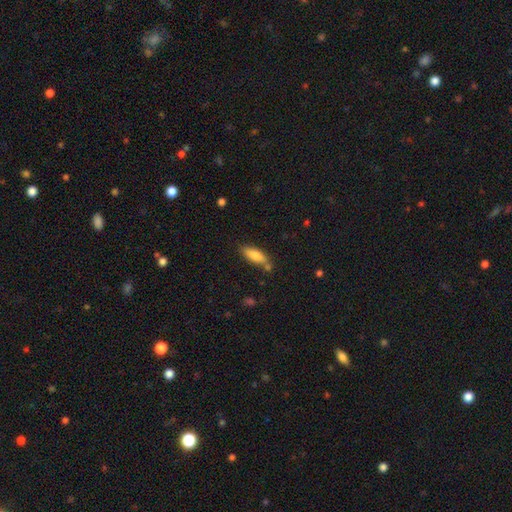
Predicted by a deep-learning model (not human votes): Overall: smooth (79%). How rounded: in between (59%; cigar-shaped 39%). Merging: none (67%).